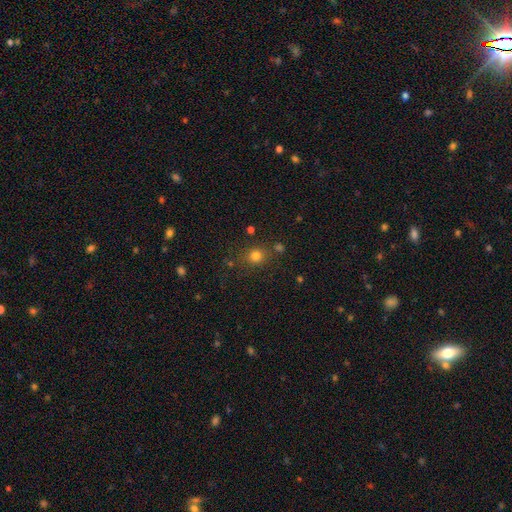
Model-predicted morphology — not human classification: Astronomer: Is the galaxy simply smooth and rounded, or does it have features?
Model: smooth — 78%.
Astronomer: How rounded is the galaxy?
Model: round — 81%.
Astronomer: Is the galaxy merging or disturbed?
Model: none — 77%.